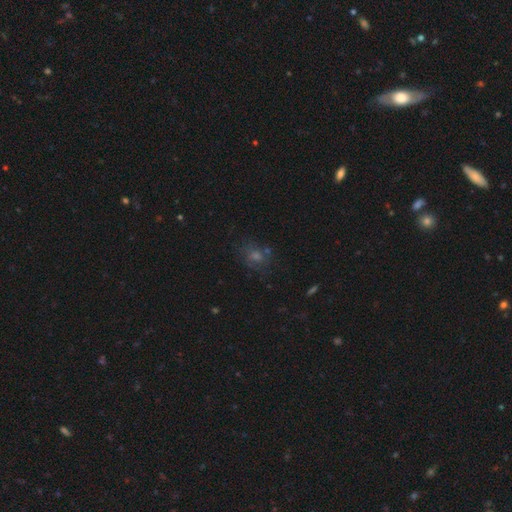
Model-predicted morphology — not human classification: Overall: smooth (48%; star or artifact 35%). Merging: none (71%).